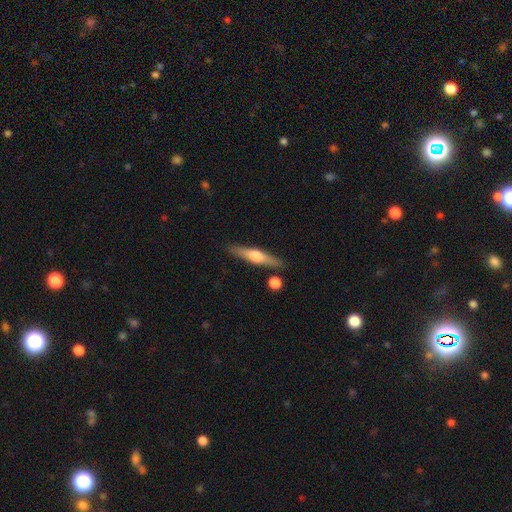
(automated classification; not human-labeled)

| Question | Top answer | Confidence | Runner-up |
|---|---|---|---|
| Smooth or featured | featured or disk | 63% | smooth (31%) |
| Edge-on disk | yes | 96% | no (4%) |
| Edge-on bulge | rounded | 89% | boxy (7%) |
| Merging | none | 84% | minor disturbance (9%) |